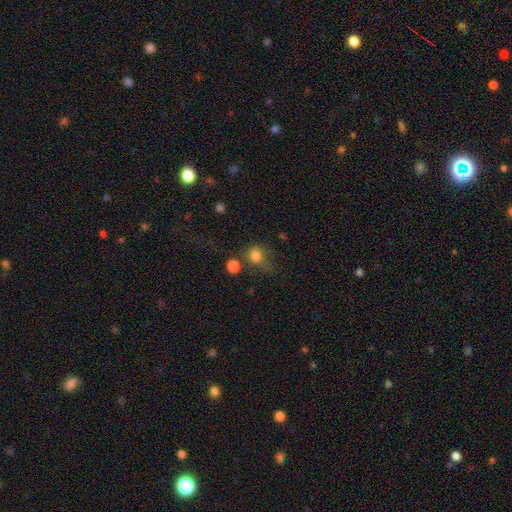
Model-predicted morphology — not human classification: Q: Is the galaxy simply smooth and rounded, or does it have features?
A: smooth — 79%.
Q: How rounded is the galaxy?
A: round — 77%.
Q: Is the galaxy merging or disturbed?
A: none — 52%.